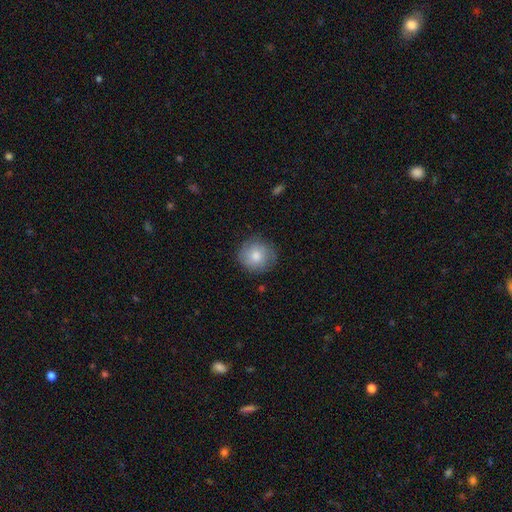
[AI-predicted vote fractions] smooth 78%, featured or disk 15%, star or artifact 7%. Down the decision tree: how rounded — round (90%); merging — none (81%).